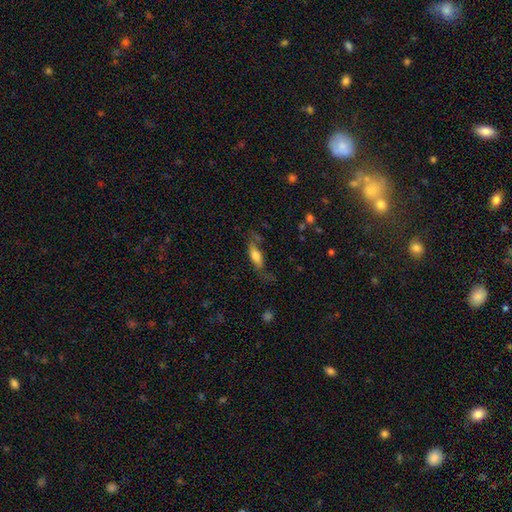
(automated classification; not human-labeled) Smooth or featured: smooth — 61% (featured or disk — 32%)
How rounded: in between — 56% (cigar-shaped — 41%)
Merging: none — 55% (minor disturbance — 26%)